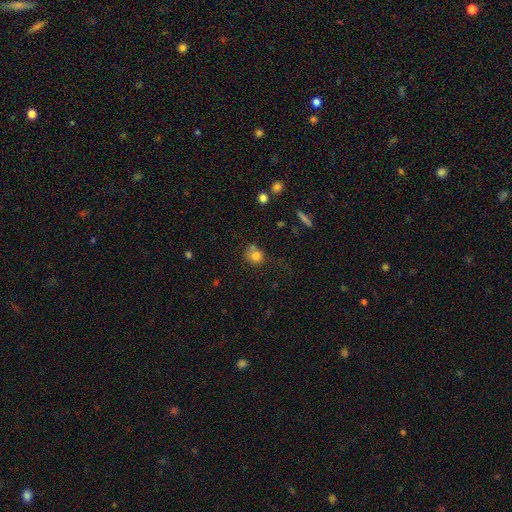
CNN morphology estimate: type=smooth (77%); roundness=round (71%); merging=none (45%).